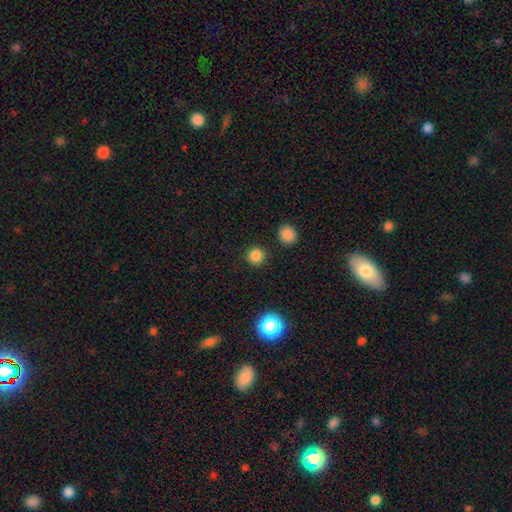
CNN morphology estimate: Smooth or featured: smooth — 84% (star or artifact — 13%)
How rounded: round — 94% (in between — 5%)
Merging: none — 90% (minor disturbance — 6%)